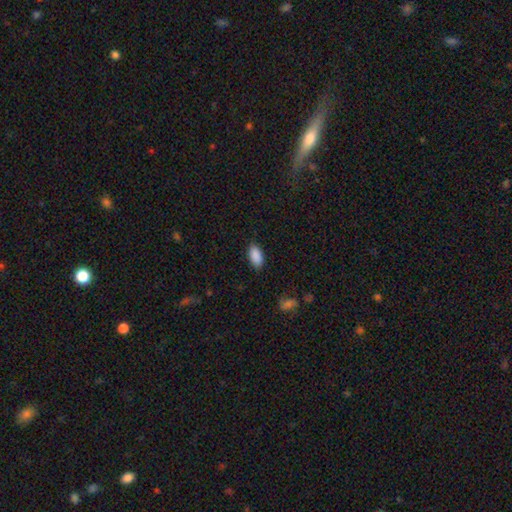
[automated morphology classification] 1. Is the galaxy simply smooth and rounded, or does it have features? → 89% smooth, 7% star or artifact, 3% featured or disk.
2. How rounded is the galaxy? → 93% in between, 4% cigar-shaped, 3% round.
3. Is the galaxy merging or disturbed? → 84% none, 12% minor disturbance, 3% major disturbance, 1% merger.